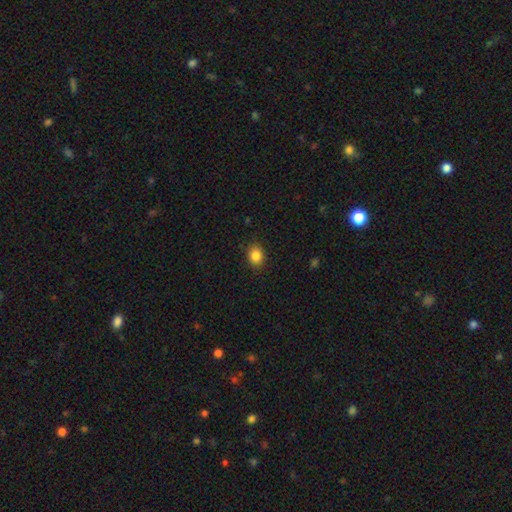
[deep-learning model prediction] This appears to be a smooth galaxy with no disk features (86%) that is round (57%). Merging: none (87%).